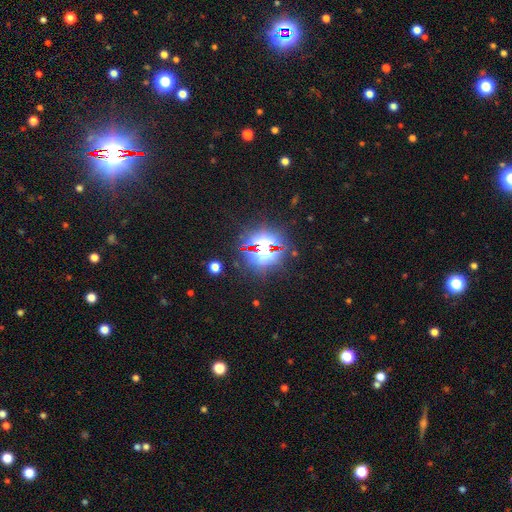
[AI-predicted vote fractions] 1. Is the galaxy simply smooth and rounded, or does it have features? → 85% star or artifact, 9% smooth, 6% featured or disk.